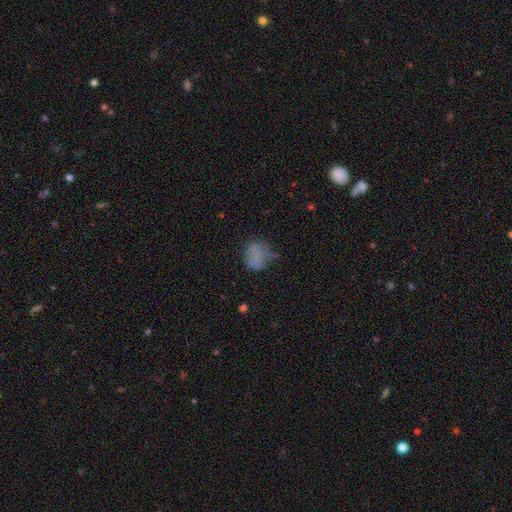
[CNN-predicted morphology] Overall: smooth (72%). How rounded: round (61%; in between 38%). Merging: none (53%; minor disturbance 28%).